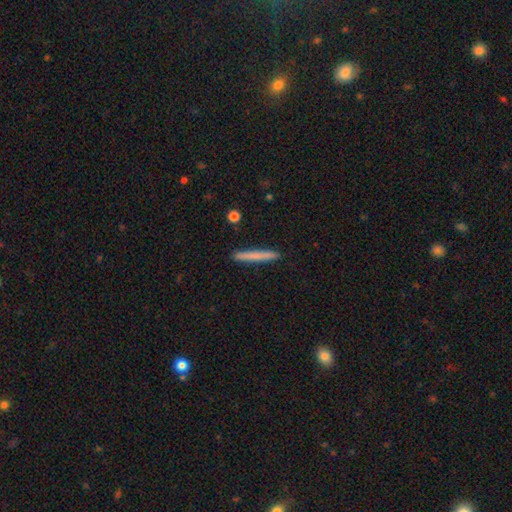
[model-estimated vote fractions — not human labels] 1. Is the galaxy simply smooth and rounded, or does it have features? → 72% smooth, 22% featured or disk, 6% star or artifact.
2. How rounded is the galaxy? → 97% cigar-shaped, 2% in between, 1% round.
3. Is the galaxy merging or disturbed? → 92% none, 6% minor disturbance, 1% major disturbance, 1% merger.